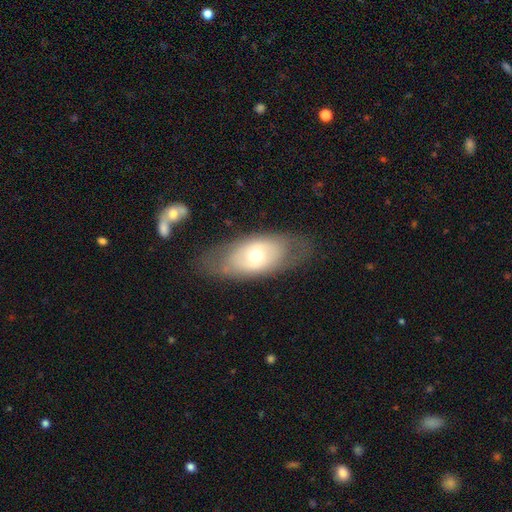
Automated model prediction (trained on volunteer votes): The model was most divided on "smooth or featured": featured or disk: 48%, smooth: 45%, star or artifact: 7%. More confident: merging — none (74%).